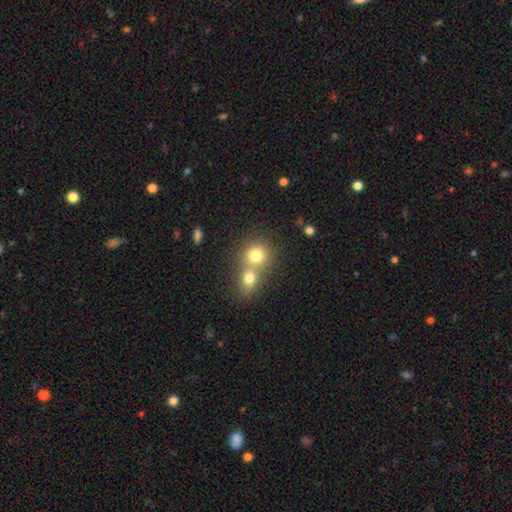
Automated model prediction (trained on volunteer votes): smooth 77%, featured or disk 12%, star or artifact 12%. Down the decision tree: how rounded — round (79%); merging — merger (57%).